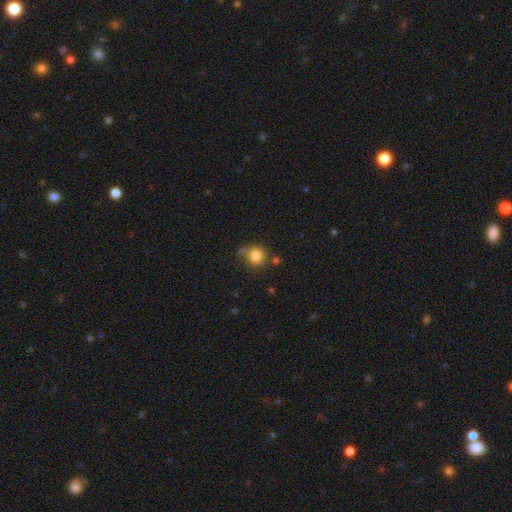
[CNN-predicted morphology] Smooth or featured? Predicted: smooth (p=0.82). How rounded? Predicted: round (p=0.87). Merging? Predicted: none (p=0.65).